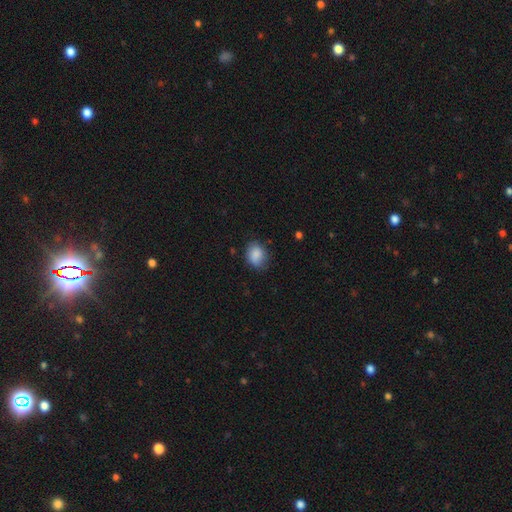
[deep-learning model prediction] Smooth or featured? smooth (86%)
How rounded? in between (57%)
Merging? none (71%)